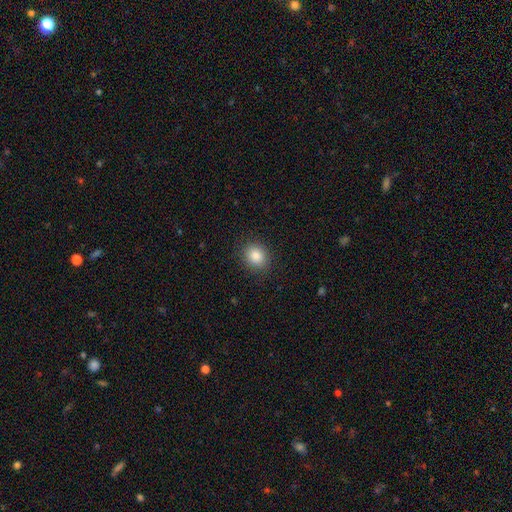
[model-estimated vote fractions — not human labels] Smooth or featured? smooth (85%)
How rounded? round (72%)
Merging? none (89%)